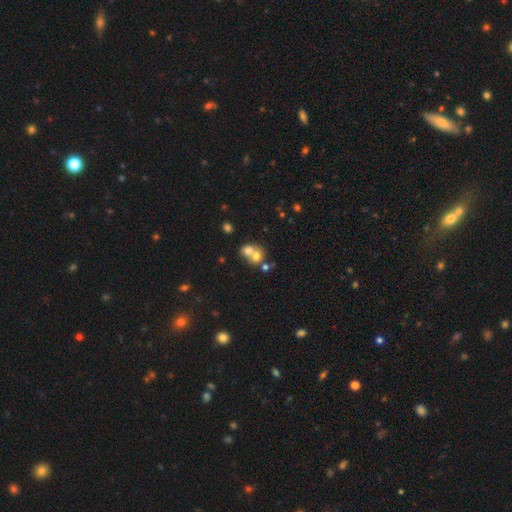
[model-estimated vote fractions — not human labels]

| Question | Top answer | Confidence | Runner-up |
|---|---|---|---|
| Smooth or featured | smooth | 66% | featured or disk (22%) |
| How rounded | round | 68% | in between (31%) |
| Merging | merger | 68% | none (23%) |